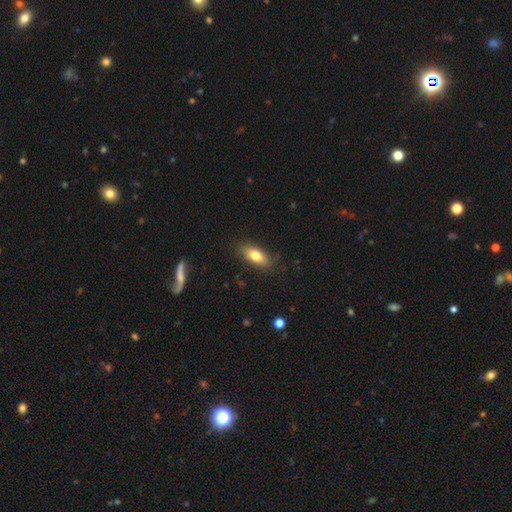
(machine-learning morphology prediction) Smooth or featured: smooth — 77% (featured or disk — 16%)
How rounded: in between — 83% (cigar-shaped — 12%)
Merging: none — 82% (minor disturbance — 13%)